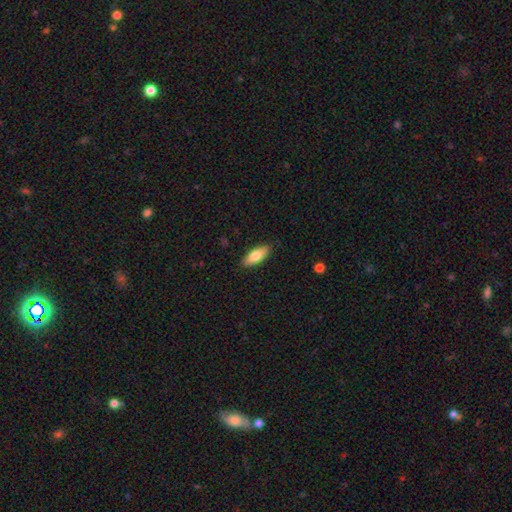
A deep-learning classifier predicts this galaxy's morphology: smooth-or-featured: smooth: 76% | featured or disk: 18% | star or artifact: 6%
  how-rounded: in between: 77% | cigar-shaped: 21% | round: 2%
  merging: none: 88% | minor disturbance: 9% | major disturbance: 2% | merger: 1%